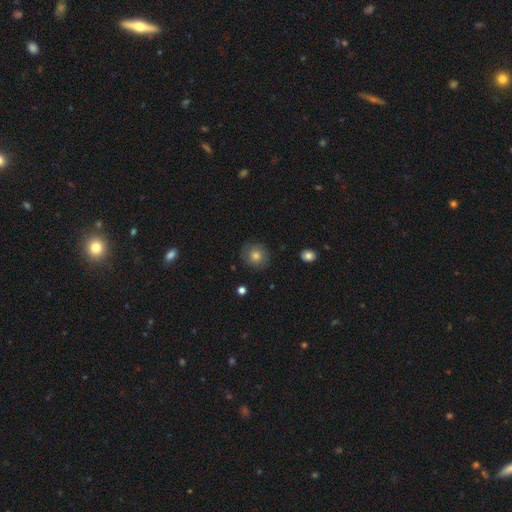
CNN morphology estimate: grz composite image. It shows a smooth galaxy with no disk features (69%) that is round (90%). Merging: none (85%).